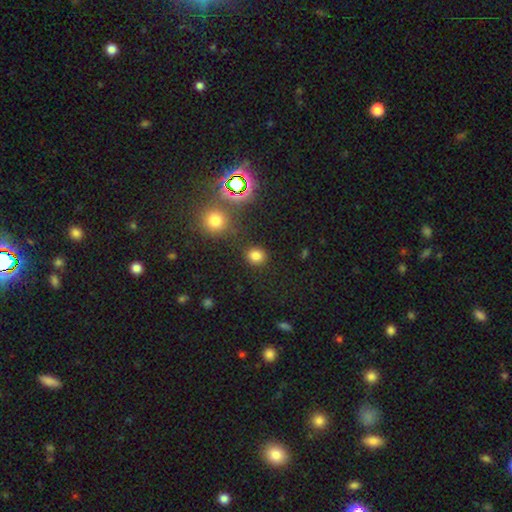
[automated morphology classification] type=smooth (78%); roundness=round (77%); merging=none (86%).